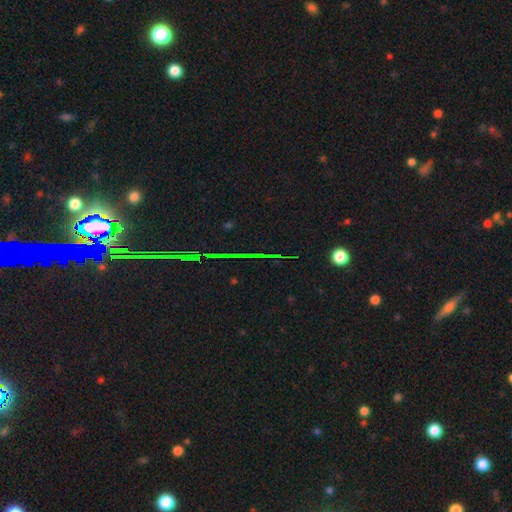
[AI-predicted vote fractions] This appears to be a star or artifact, not a galaxy (79%).